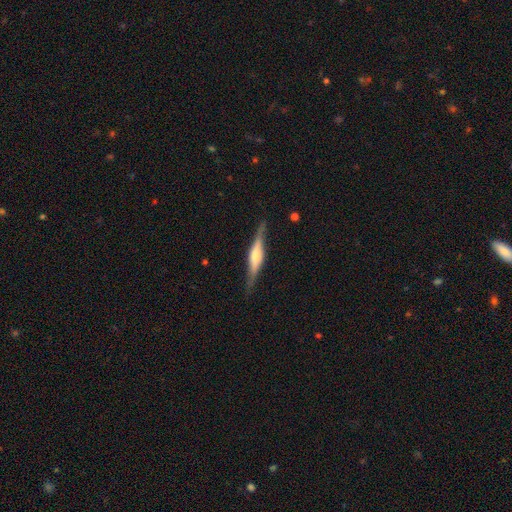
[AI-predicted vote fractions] Smooth or featured? Predicted: featured or disk (p=0.70). Edge-on disk? Predicted: yes (p=0.96). Edge-on bulge? Predicted: rounded (p=0.65). Merging? Predicted: none (p=0.84).